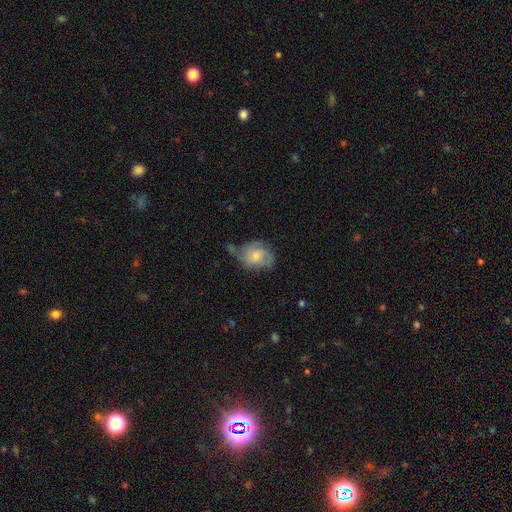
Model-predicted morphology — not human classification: A featured or disk galaxy (54%) with no bar (70%), spiral arms (79%) and a moderate central bulge (43%). Merging: none (39%).